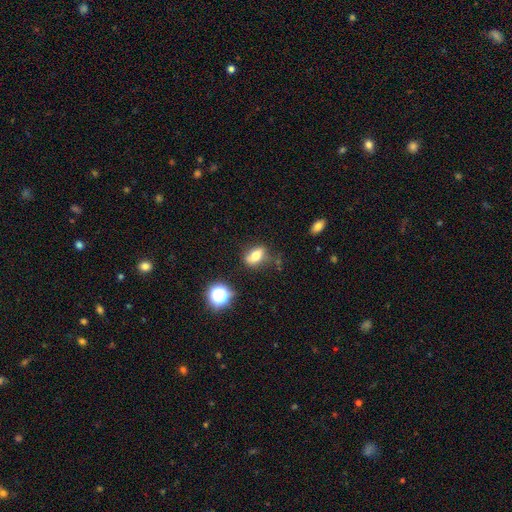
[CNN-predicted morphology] smooth-or-featured: smooth: 67% | featured or disk: 20% | star or artifact: 13%
  how-rounded: in between: 76% | round: 17% | cigar-shaped: 7%
  merging: none: 69% | minor disturbance: 20% | major disturbance: 6% | merger: 5%